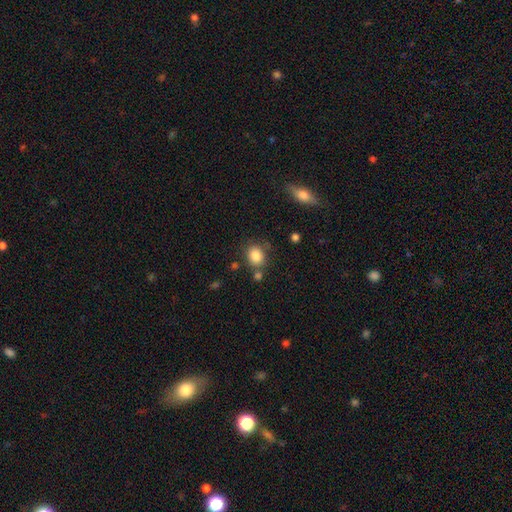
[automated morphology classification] Smooth or featured? smooth (85%)
How rounded? round (62%)
Merging? none (71%)